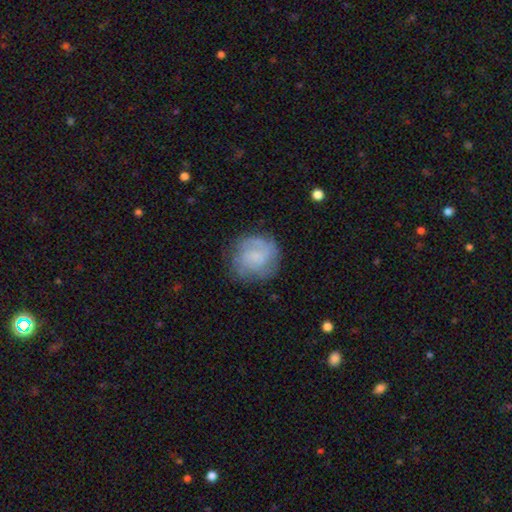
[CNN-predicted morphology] A smooth galaxy with no disk features (50%) that is round (86%). Merging: none (70%).